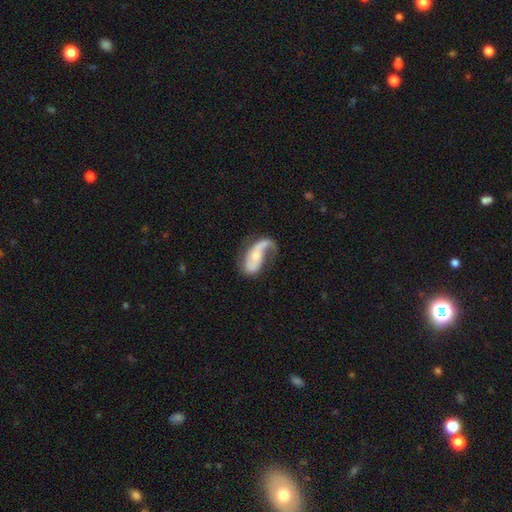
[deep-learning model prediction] The model was most divided on "bulge size": moderate: 48%, small: 45%, large: 3%, none: 3%, dominant: 1%. Remaining: edge-on disk — no (94%); spiral arms — yes (88%); smooth or featured — featured or disk (74%); spiral winding — loose (60%); bar — no (60%); spiral arm count — 2 (50%); merging — none (39%).